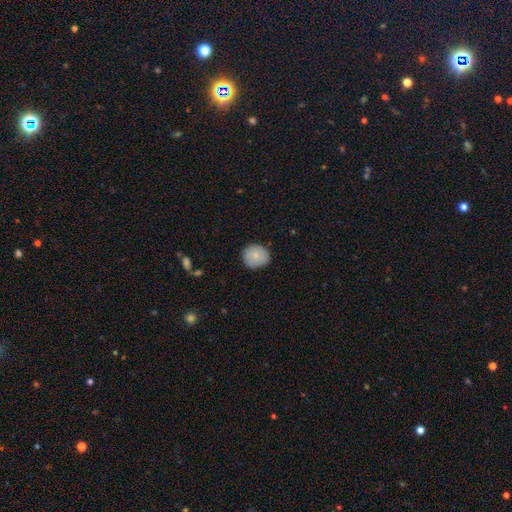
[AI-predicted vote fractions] Smooth or featured? smooth (83%)
How rounded? round (80%)
Merging? none (81%)